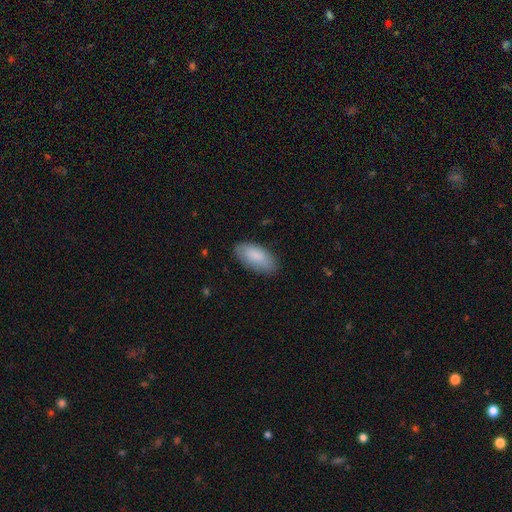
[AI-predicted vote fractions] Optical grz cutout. It shows a smooth galaxy with no disk features (86%) that is in between round and cigar-shaped (92%). Merging: none (83%).